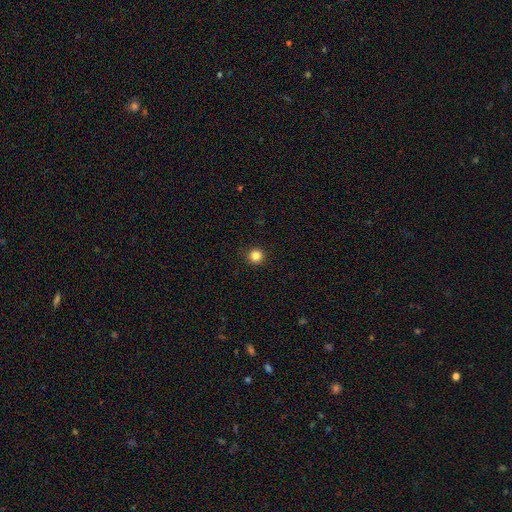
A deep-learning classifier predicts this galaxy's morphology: type=smooth (85%); roundness=round (96%); merging=none (93%).